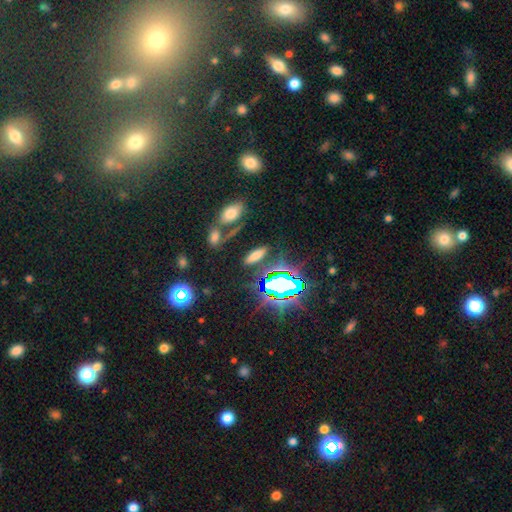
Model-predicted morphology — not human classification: smooth_or_featured: smooth (p=0.55) [alt: star or artifact p=0.30]
how_rounded: in between (p=0.53) [alt: cigar-shaped p=0.40]
merging: none (p=0.75) [alt: minor disturbance p=0.11]